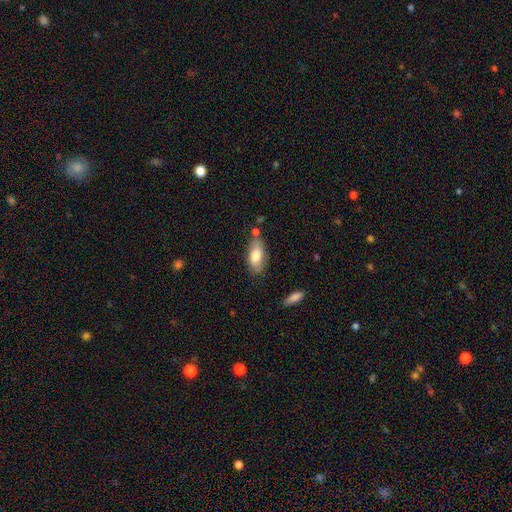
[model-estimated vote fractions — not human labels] A smooth galaxy with no disk features (77%) that is in between round and cigar-shaped (86%). Merging: none (65%).